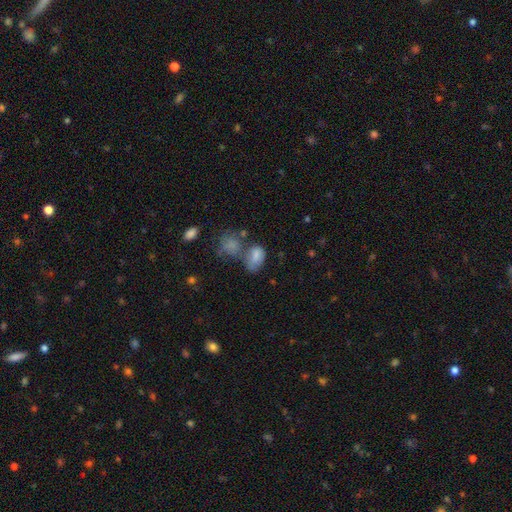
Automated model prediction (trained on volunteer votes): A smooth galaxy with no disk features (77%) that is in between round and cigar-shaped (84%). Merging: merger (37%).